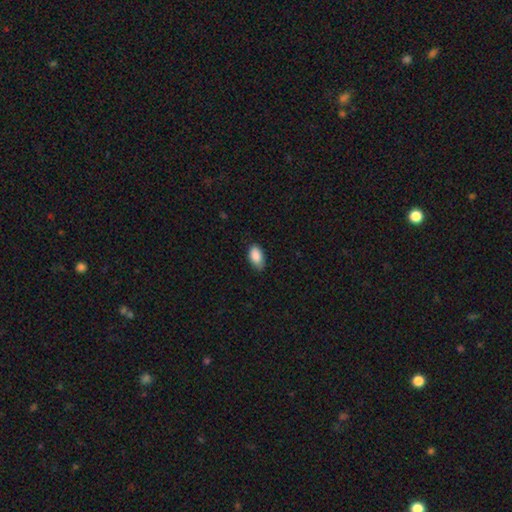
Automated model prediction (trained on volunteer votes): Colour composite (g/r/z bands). It shows a smooth galaxy with no disk features (88%) that is in between round and cigar-shaped (93%). Merging: none (72%).